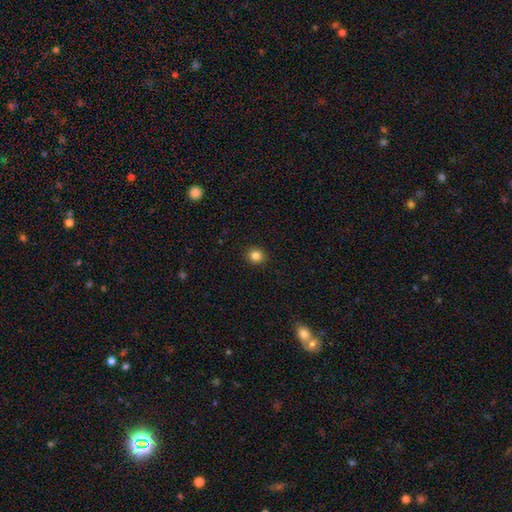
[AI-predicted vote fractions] The model was most divided on "smooth or featured": smooth: 84%, star or artifact: 12%, featured or disk: 5%. More confident: merging — none (92%); how rounded — round (88%).